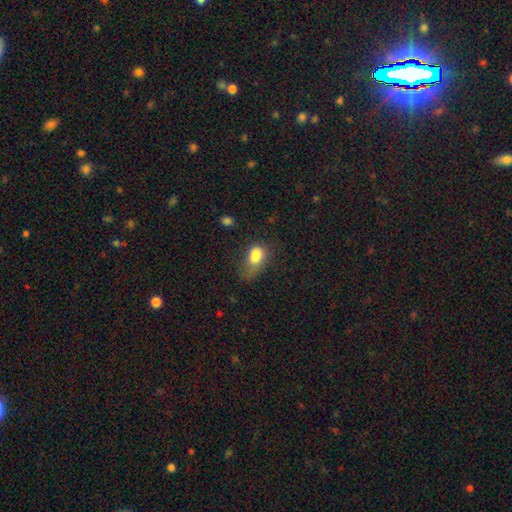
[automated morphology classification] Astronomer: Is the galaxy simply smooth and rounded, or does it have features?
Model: smooth — 81%.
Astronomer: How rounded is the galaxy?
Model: in between — 84%.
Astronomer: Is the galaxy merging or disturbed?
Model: major disturbance — 37% (runner-up: minor disturbance, 34%).